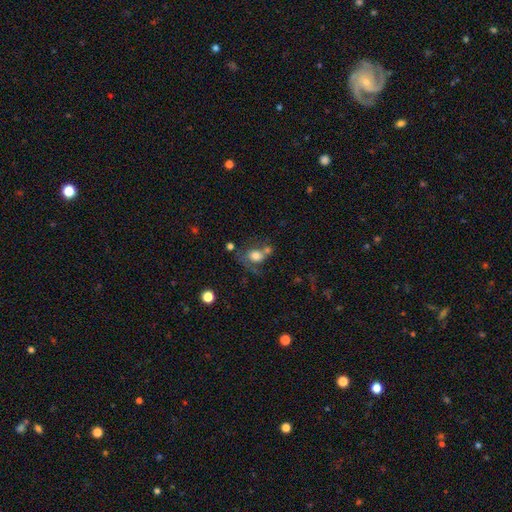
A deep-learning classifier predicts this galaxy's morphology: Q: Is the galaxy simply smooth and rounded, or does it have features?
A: smooth — 71%.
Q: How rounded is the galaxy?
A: round — 52%.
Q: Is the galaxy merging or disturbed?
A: merger — 35%.